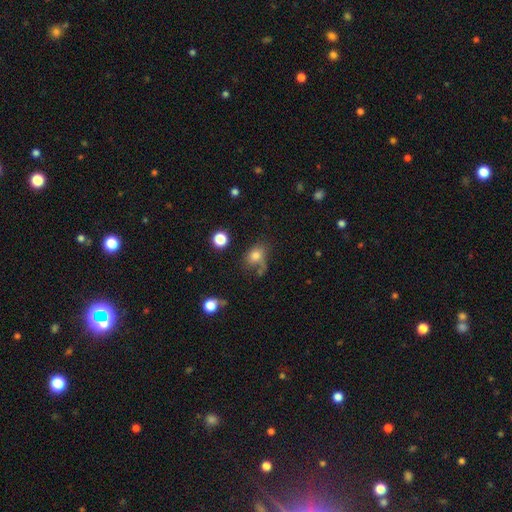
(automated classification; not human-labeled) Q: Smooth or featured?
A: smooth (76%); runner-up: star or artifact (13%)
Q: How rounded?
A: in between (61%); runner-up: round (37%)
Q: Merging?
A: none (47%); runner-up: minor disturbance (22%)